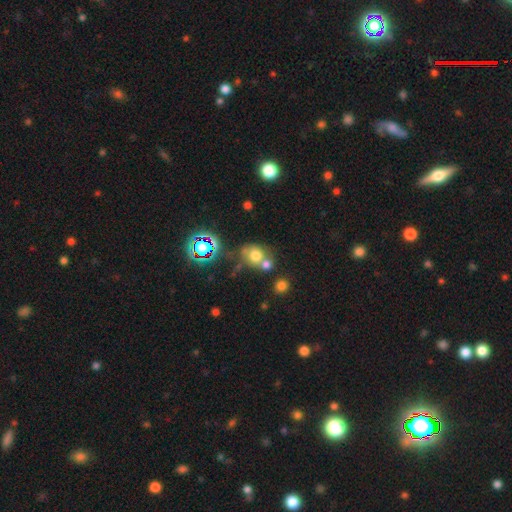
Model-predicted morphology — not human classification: The model was most divided on "merging": merger: 41%, none: 40%, minor disturbance: 12%, major disturbance: 7%. More confident: how rounded — round (68%); smooth or featured — smooth (65%).